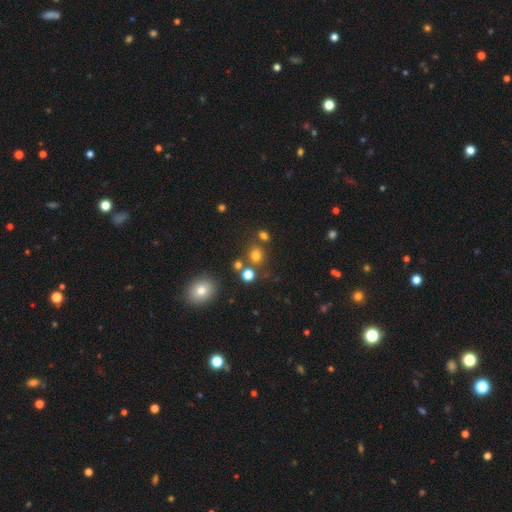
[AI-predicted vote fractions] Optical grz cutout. It shows a smooth galaxy with no disk features (71%) that is round (80%). Merging: none (73%).